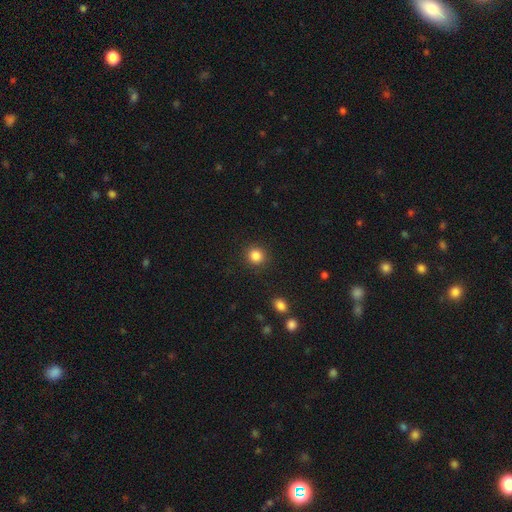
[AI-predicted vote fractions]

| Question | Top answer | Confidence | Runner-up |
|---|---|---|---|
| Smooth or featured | smooth | 85% | star or artifact (11%) |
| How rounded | round | 90% | in between (9%) |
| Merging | none | 90% | minor disturbance (6%) |